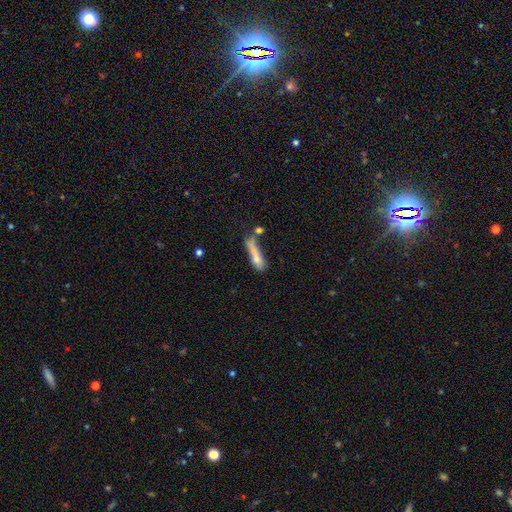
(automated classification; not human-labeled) Overall: smooth (67%). How rounded: cigar-shaped (74%). Merging: none (33%; minor disturbance 23%).